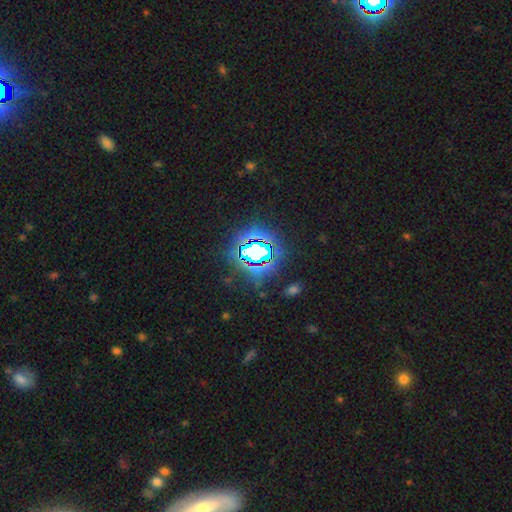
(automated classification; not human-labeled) A star or artifact, not a galaxy (75%).

Vote fractions:
- Smooth or featured? star or artifact: 75% / smooth: 15% / featured or disk: 11%